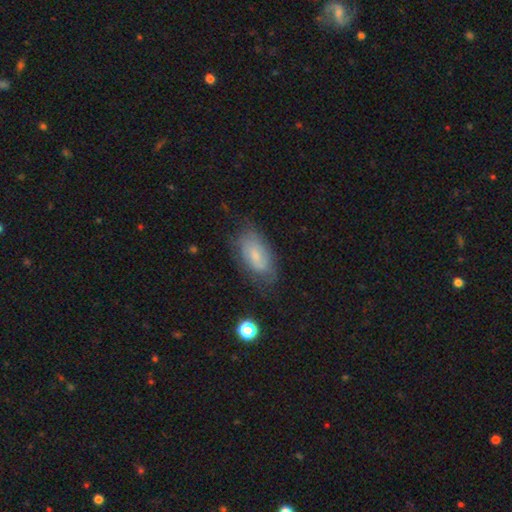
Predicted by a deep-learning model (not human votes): Q: Smooth or featured?
A: smooth (55%); runner-up: featured or disk (37%)
Q: How rounded?
A: in between (90%); runner-up: cigar-shaped (6%)
Q: Merging?
A: none (63%); runner-up: minor disturbance (26%)